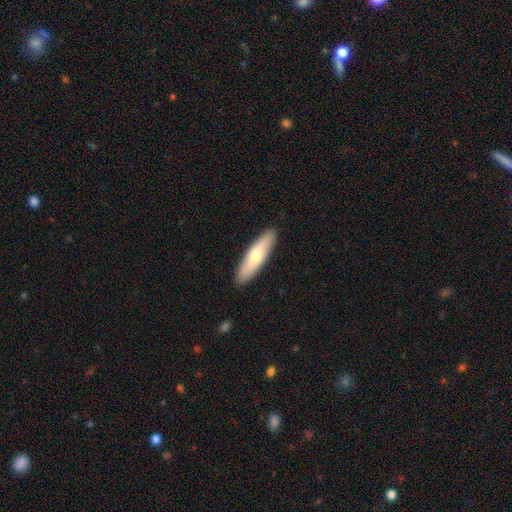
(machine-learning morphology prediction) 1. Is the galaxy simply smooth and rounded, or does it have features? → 65% smooth, 30% featured or disk, 5% star or artifact.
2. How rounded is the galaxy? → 69% cigar-shaped, 29% in between, 2% round.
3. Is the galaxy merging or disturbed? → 90% none, 7% minor disturbance, 1% major disturbance, 1% merger.